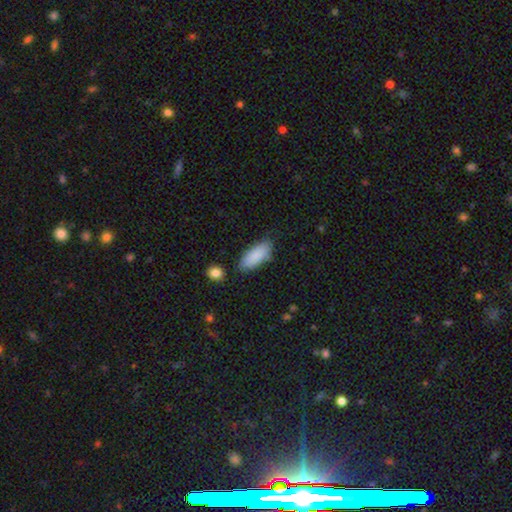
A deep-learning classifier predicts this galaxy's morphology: A smooth galaxy with no disk features (87%) that is in between round and cigar-shaped (84%).

Vote fractions:
- Smooth or featured? smooth: 87% / featured or disk: 7% / star or artifact: 6%
- How rounded? in between: 84% / cigar-shaped: 15% / round: 2%
- Merging? none: 77% / minor disturbance: 16% / merger: 4% / major disturbance: 3%